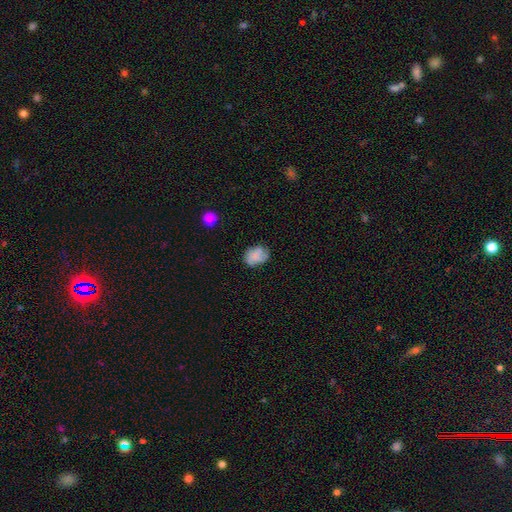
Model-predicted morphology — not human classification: Smooth or featured? Predicted: smooth (p=0.63). How rounded? Predicted: in between (p=0.62). Merging? Predicted: none (p=0.63).